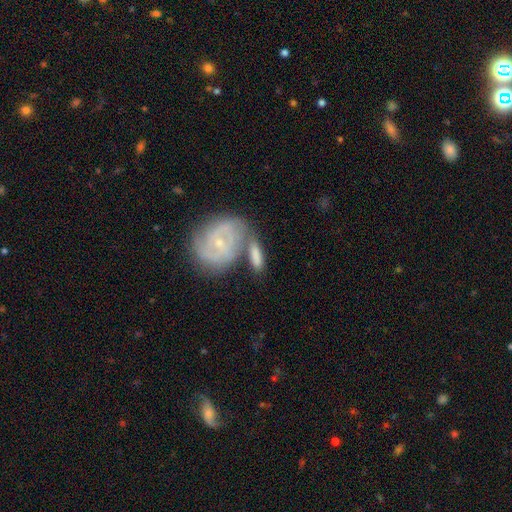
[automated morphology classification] A smooth galaxy with no disk features (52%) that is in between round and cigar-shaped (67%).

Vote fractions:
- Smooth or featured? smooth: 52% / featured or disk: 42% / star or artifact: 6%
- How rounded? in between: 67% / cigar-shaped: 24% / round: 10%
- Merging? none: 51% / merger: 26% / minor disturbance: 17% / major disturbance: 6%